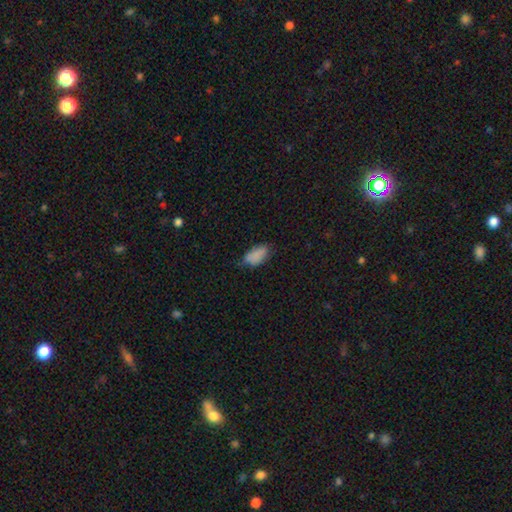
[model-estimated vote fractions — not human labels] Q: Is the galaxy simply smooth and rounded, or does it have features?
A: smooth — 83%.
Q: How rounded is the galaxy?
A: in between — 93%.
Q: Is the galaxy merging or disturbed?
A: none — 53%.